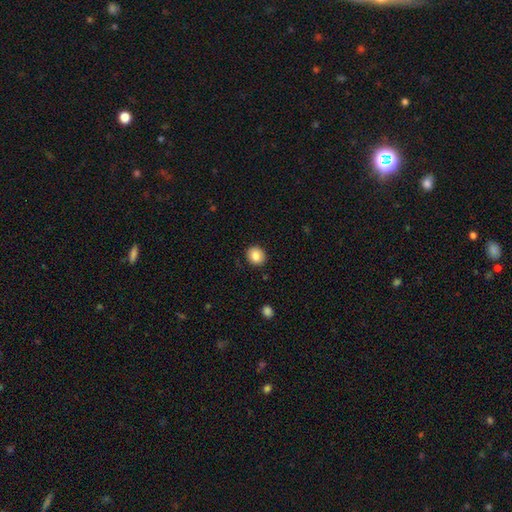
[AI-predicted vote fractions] Morphology: type=smooth (84%); roundness=round (77%); merging=none (90%).